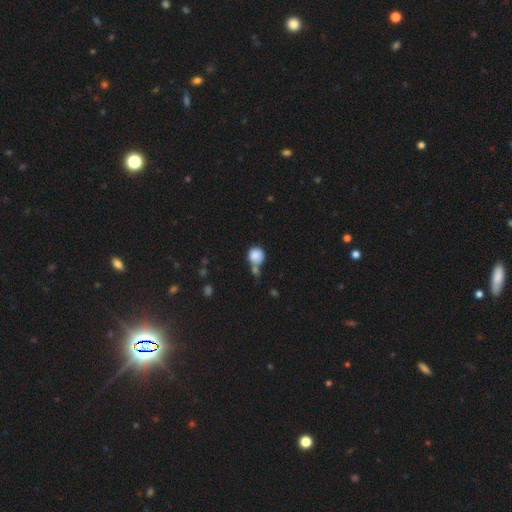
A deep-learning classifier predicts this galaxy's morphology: A smooth galaxy with no disk features (86%) that is round (90%). Merging: none (45%).